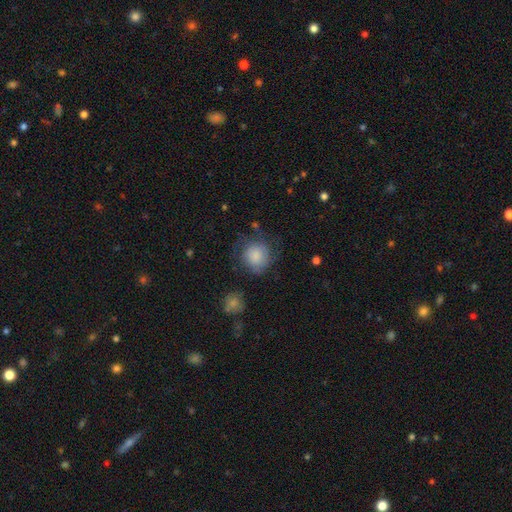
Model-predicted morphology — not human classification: A smooth galaxy with no disk features (74%) that is round (85%). Merging: none (58%).